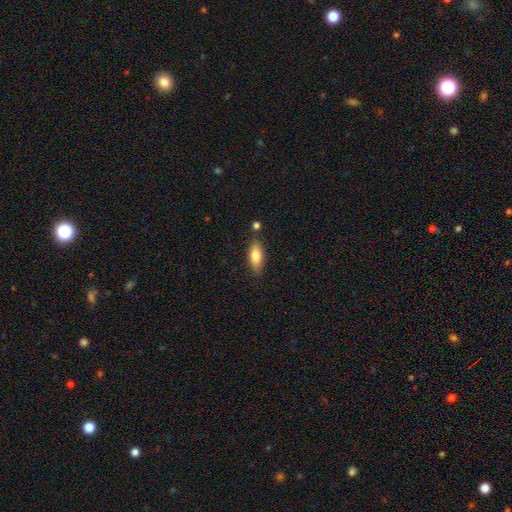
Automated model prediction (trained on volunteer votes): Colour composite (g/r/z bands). It shows a smooth galaxy with no disk features (80%) that is in between round and cigar-shaped (79%). Merging: none (79%).